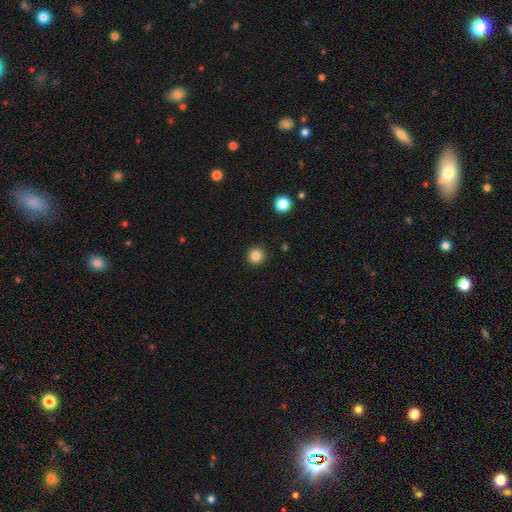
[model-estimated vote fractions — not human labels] smooth 84%, star or artifact 12%, featured or disk 4%. Down the decision tree: how rounded — round (93%); merging — none (91%).